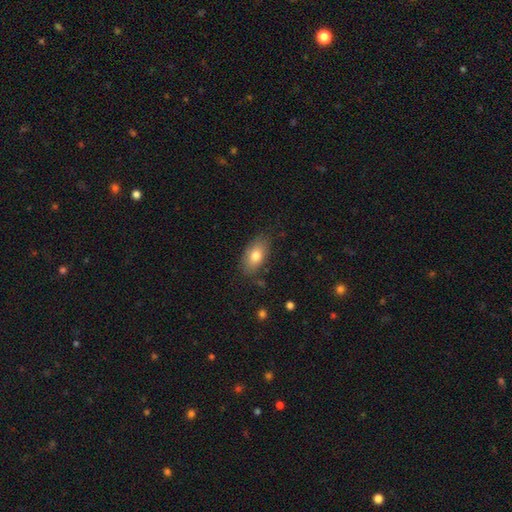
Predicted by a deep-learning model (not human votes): Smooth or featured? smooth (77%)
How rounded? in between (89%)
Merging? none (77%)